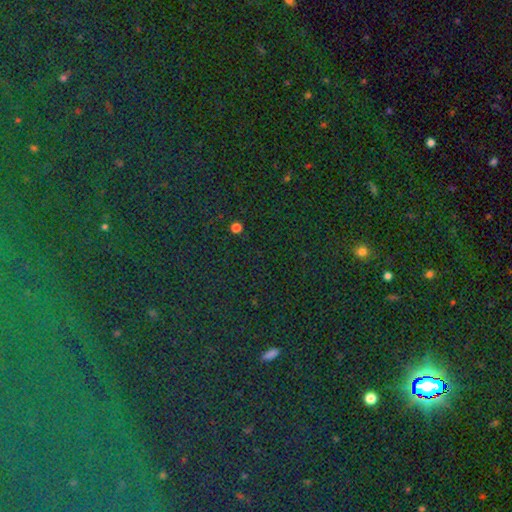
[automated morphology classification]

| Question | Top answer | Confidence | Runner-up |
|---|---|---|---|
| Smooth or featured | star or artifact | 82% | smooth (10%) |